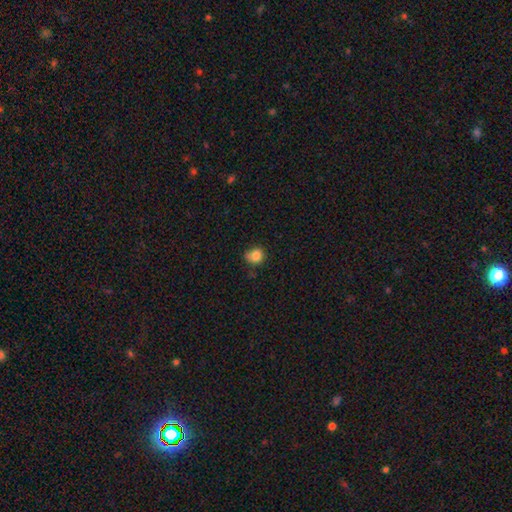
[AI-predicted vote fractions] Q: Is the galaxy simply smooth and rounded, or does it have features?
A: smooth — 84%.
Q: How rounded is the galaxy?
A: round — 82%.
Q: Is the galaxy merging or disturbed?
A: none — 63%.